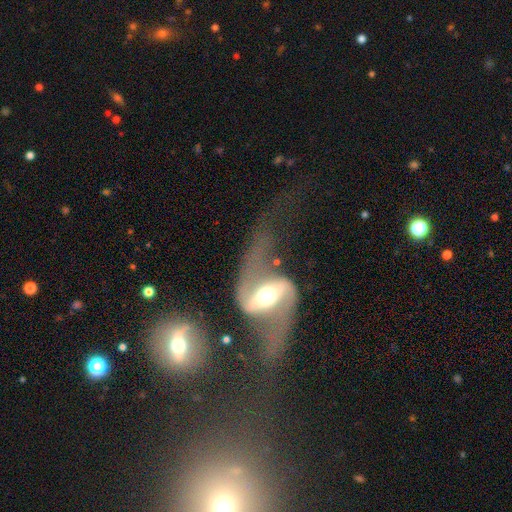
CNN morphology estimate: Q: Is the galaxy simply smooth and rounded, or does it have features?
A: featured or disk — 89%.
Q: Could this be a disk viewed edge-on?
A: no — 95%.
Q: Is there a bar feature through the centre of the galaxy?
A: strong — 43%.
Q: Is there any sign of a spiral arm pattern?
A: yes — 95%.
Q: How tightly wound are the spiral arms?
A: loose — 70%.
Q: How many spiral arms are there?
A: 2 — 93%.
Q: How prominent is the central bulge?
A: moderate — 60%.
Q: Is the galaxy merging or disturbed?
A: none — 54%.